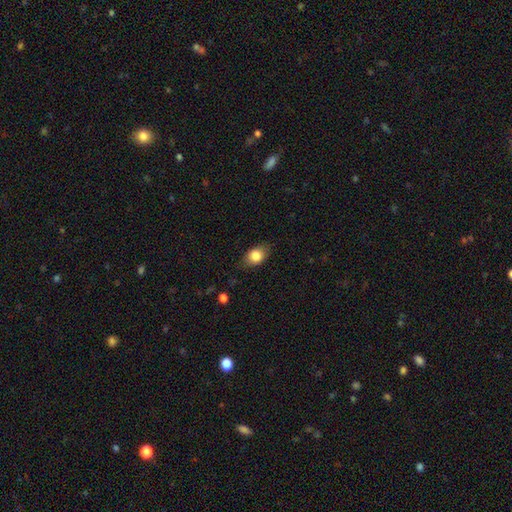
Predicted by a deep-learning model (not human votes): smooth 79%, featured or disk 13%, star or artifact 8%. Down the decision tree: how rounded — in between (78%); merging — none (78%).